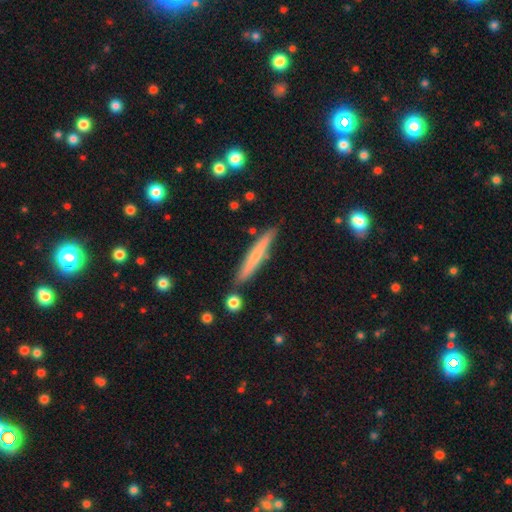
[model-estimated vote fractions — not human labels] A smooth galaxy with no disk features (56%) that is cigar-shaped (95%).

Vote fractions:
- Smooth or featured? smooth: 56% / featured or disk: 38% / star or artifact: 6%
- How rounded? cigar-shaped: 95% / in between: 4% / round: 1%
- Merging? none: 84% / minor disturbance: 10% / merger: 3% / major disturbance: 2%